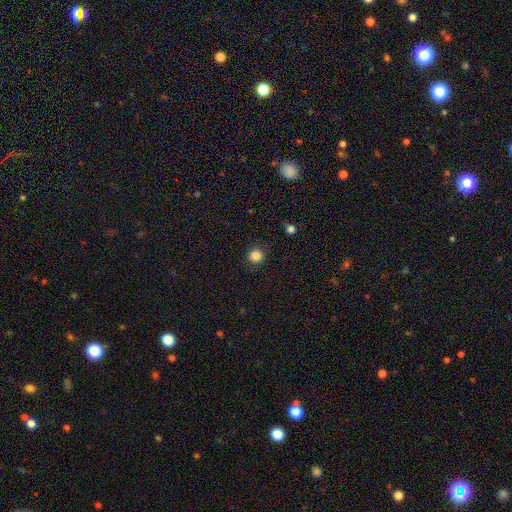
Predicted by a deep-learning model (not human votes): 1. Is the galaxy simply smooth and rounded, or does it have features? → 85% smooth, 12% star or artifact, 4% featured or disk.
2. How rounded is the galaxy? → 93% round, 6% in between, 1% cigar-shaped.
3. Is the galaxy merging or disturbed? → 87% none, 9% minor disturbance, 3% major disturbance, 1% merger.